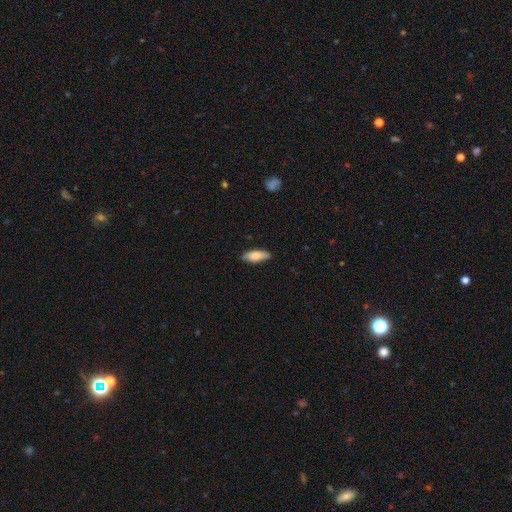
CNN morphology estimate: A smooth galaxy with no disk features (80%) that is in between round and cigar-shaped (67%). Merging: none (85%).